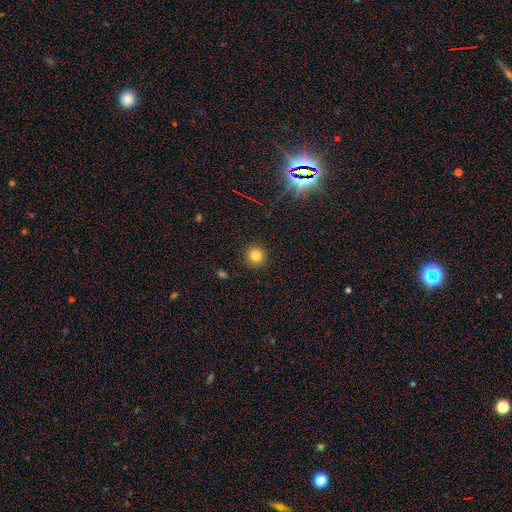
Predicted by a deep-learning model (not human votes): Smooth or featured? smooth (79%)
How rounded? round (92%)
Merging? none (89%)